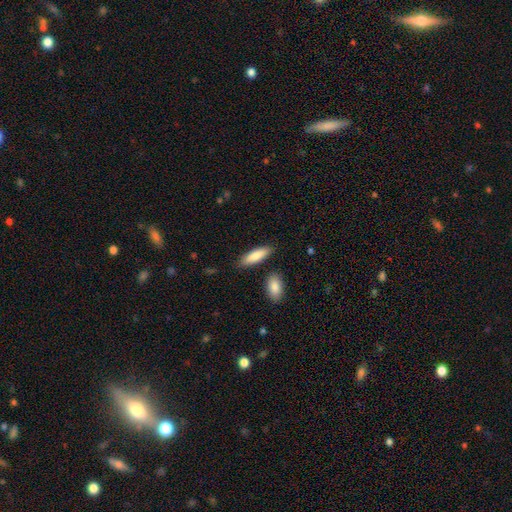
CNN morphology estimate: Q: Smooth or featured?
A: smooth (85%); runner-up: featured or disk (9%)
Q: How rounded?
A: cigar-shaped (53%); runner-up: in between (46%)
Q: Merging?
A: none (83%); runner-up: minor disturbance (10%)